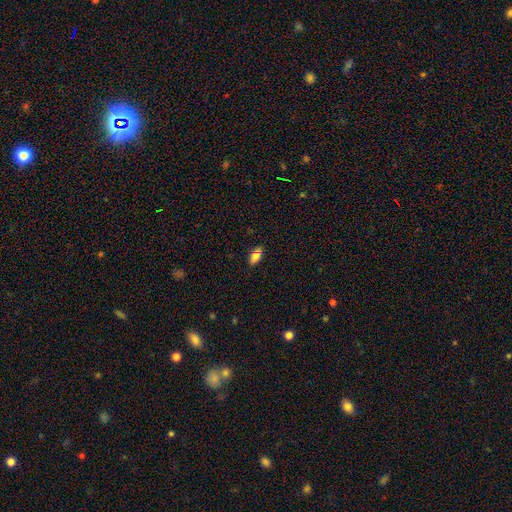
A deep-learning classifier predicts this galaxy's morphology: Smooth or featured?
  - smooth: 75% *
  - featured or disk: 17%
  - star or artifact: 8%
How rounded?
  - in between: 85% *
  - cigar-shaped: 12%
  - round: 3%
Merging?
  - none: 83% *
  - minor disturbance: 12%
  - major disturbance: 2%
  - merger: 2%